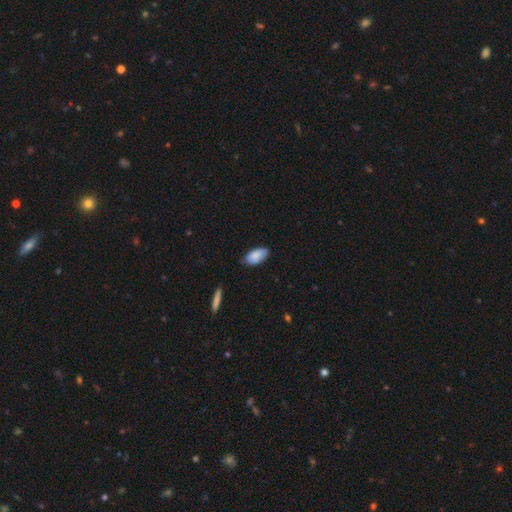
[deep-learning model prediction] smooth_or_featured: smooth (p=0.84) [alt: featured or disk p=0.09]
how_rounded: in between (p=0.93) [alt: cigar-shaped p=0.04]
merging: none (p=0.73) [alt: minor disturbance p=0.23]